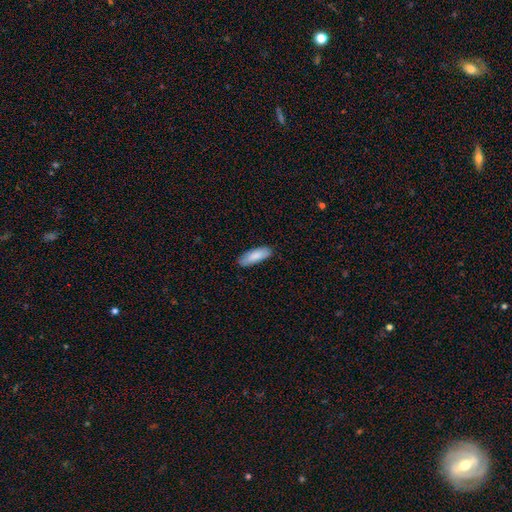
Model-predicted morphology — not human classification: A smooth galaxy with no disk features (86%) that is in between round and cigar-shaped (63%).

Vote fractions:
- Smooth or featured? smooth: 86% / featured or disk: 9% / star or artifact: 5%
- How rounded? in between: 63% / cigar-shaped: 35% / round: 2%
- Merging? none: 85% / minor disturbance: 12% / major disturbance: 2% / merger: 1%